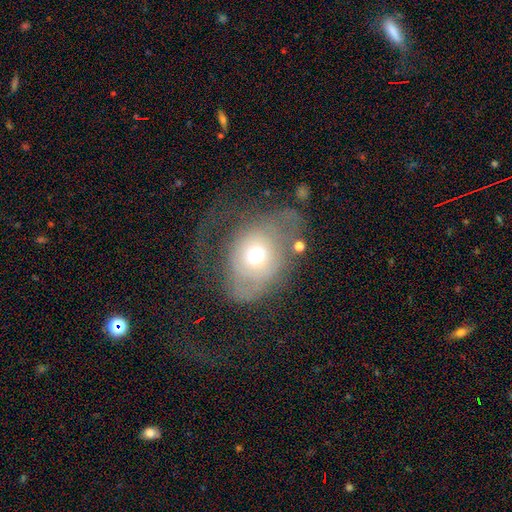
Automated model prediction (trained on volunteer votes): smooth-or-featured: smooth: 47% | featured or disk: 43% | star or artifact: 9%
  merging: major disturbance: 56% | none: 21% | minor disturbance: 19% | merger: 4%